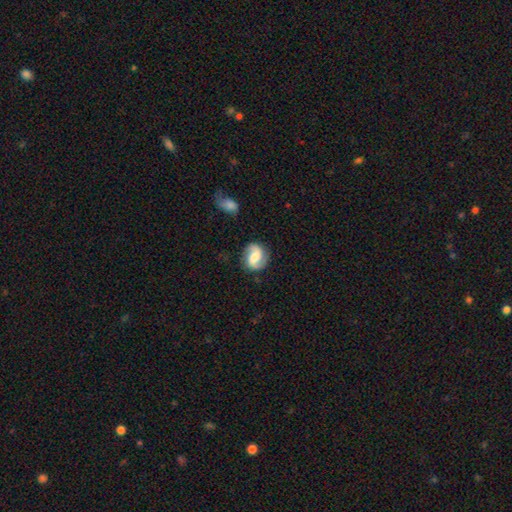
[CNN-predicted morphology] Smooth or featured? Predicted: featured or disk (p=0.75). Edge-on disk? Predicted: no (p=0.98). Bar? Predicted: weak (p=0.44). Spiral arms? Predicted: yes (p=0.95). Spiral winding? Predicted: medium (p=0.44). Spiral arm count? Predicted: 2 (p=0.92). Bulge size? Predicted: moderate (p=0.49). Merging? Predicted: none (p=0.81).